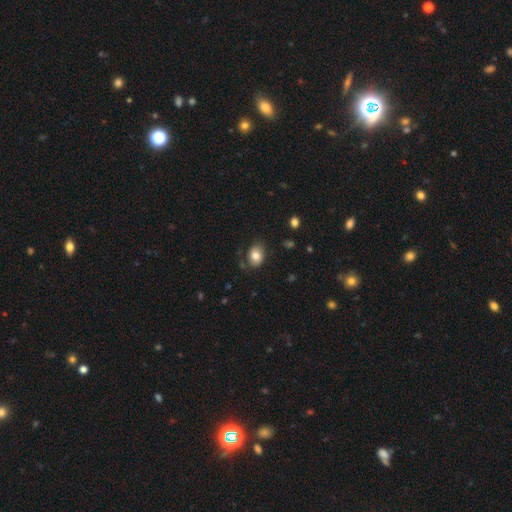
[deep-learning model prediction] Q: Smooth or featured?
A: smooth (79%); runner-up: featured or disk (13%)
Q: How rounded?
A: in between (70%); runner-up: round (29%)
Q: Merging?
A: none (73%); runner-up: minor disturbance (19%)